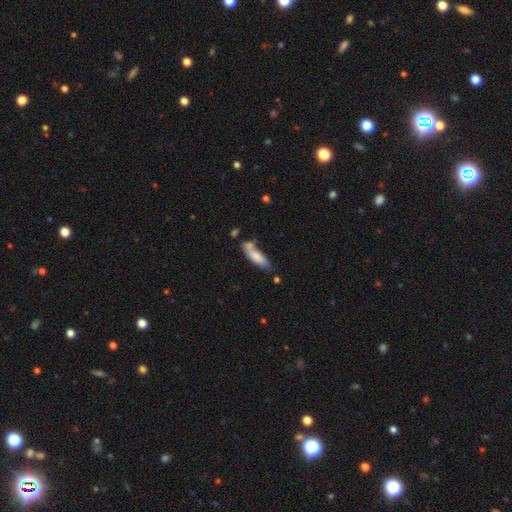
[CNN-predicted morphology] Smooth or featured? Predicted: smooth (p=0.77). How rounded? Predicted: cigar-shaped (p=0.53). Merging? Predicted: none (p=0.49).